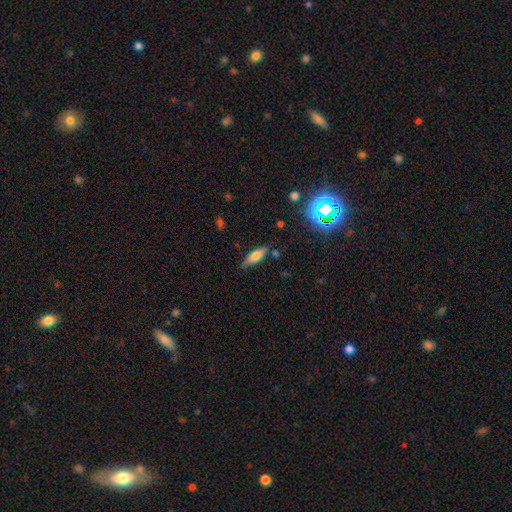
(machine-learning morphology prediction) This appears to be a smooth galaxy with no disk features (65%) that is cigar-shaped (49%, tied with in between). Merging: none (79%).